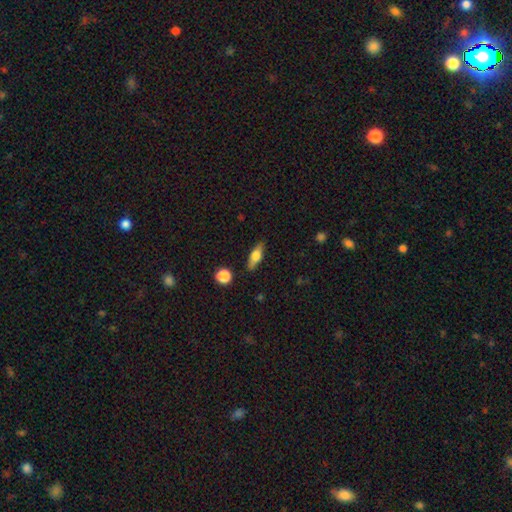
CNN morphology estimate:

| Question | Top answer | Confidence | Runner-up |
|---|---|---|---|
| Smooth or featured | smooth | 55% | featured or disk (37%) |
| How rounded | in between | 55% | cigar-shaped (40%) |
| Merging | none | 85% | minor disturbance (10%) |